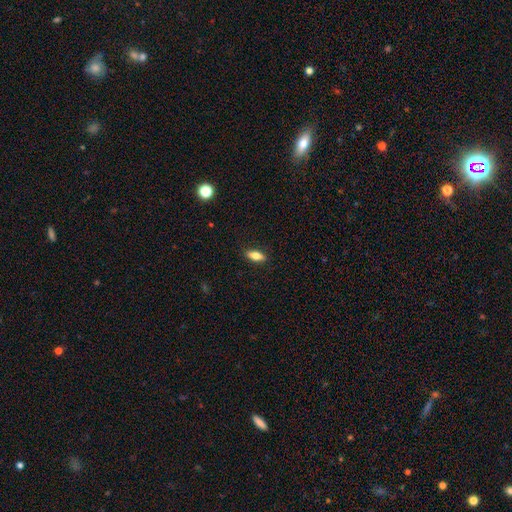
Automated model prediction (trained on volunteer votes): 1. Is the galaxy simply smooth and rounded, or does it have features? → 76% smooth, 16% featured or disk, 8% star or artifact.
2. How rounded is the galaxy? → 75% in between, 22% cigar-shaped, 3% round.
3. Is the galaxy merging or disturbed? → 88% none, 9% minor disturbance, 2% major disturbance, 1% merger.